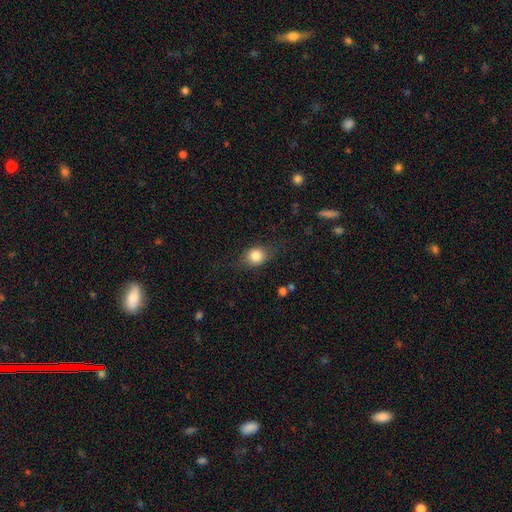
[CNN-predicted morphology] Overall: smooth (77%). How rounded: round (58%; in between 40%). Merging: none (72%).